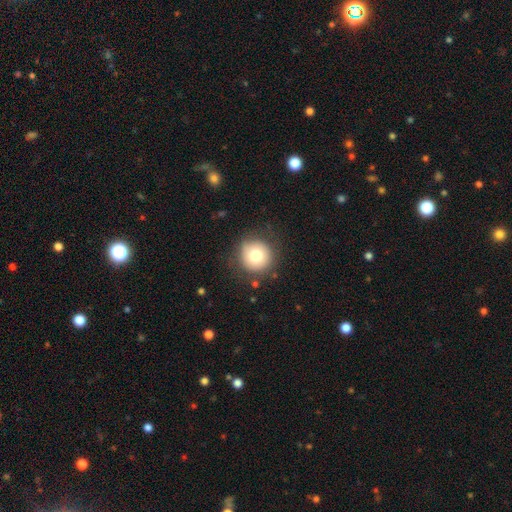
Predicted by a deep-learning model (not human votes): Overall: smooth (76%). How rounded: round (94%). Merging: none (83%).